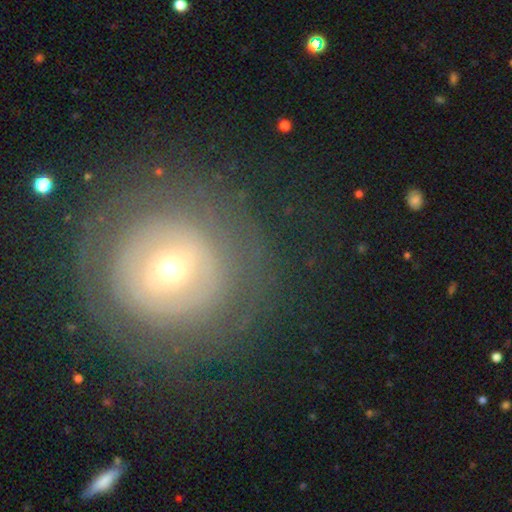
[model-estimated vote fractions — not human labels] A featured or disk galaxy (54%) with no bar (65%), no spiral arms (52%) and a small central bulge (57%).

Vote fractions:
- Smooth or featured? featured or disk: 54% / smooth: 34% / star or artifact: 12%
- Edge-on disk? no: 96% / yes: 4%
- Bar? no: 65% / weak: 24% / strong: 11%
- Spiral arms? no: 52% / yes: 48%
- Bulge size? small: 57% / moderate: 37% / large: 4% / dominant: 1% / none: 1%
- Merging? none: 79% / minor disturbance: 10% / major disturbance: 8% / merger: 2%